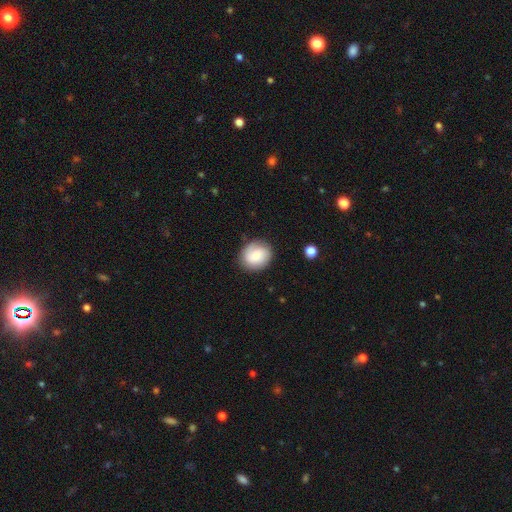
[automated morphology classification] This appears to be a smooth galaxy with no disk features (70%) that is round (74%). Merging: none (83%).